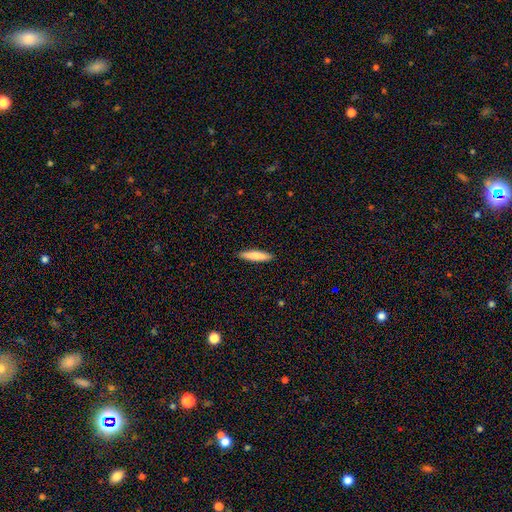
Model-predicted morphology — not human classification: A smooth galaxy with no disk features (80%) that is cigar-shaped (84%).

Vote fractions:
- Smooth or featured? smooth: 80% / featured or disk: 15% / star or artifact: 5%
- How rounded? cigar-shaped: 84% / in between: 15% / round: 1%
- Merging? none: 91% / minor disturbance: 6% / major disturbance: 1% / merger: 1%